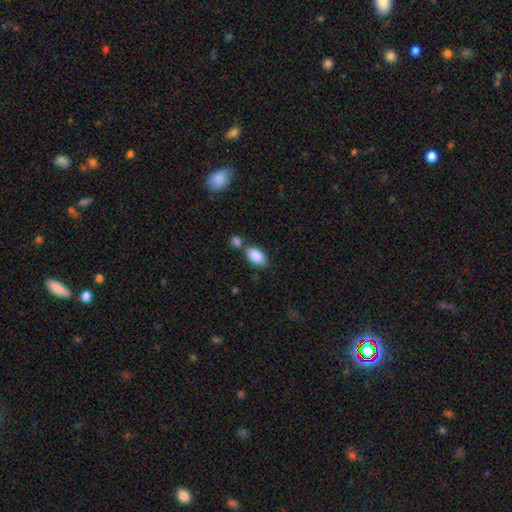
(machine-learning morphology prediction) Smooth or featured? Predicted: smooth (p=0.88). How rounded? Predicted: in between (p=0.93). Merging? Predicted: none (p=0.59).